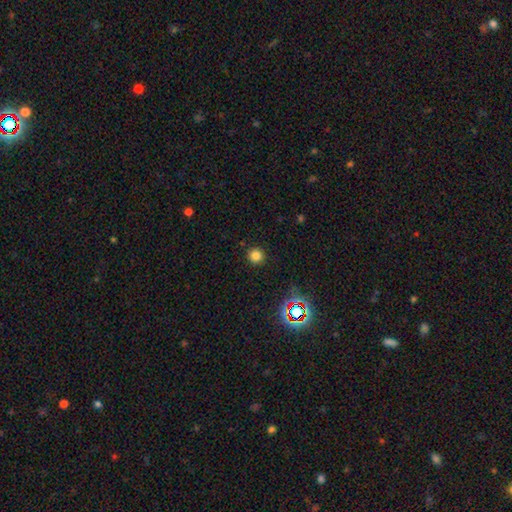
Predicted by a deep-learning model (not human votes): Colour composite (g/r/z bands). It shows a smooth galaxy with no disk features (78%) that is round (95%). Merging: none (91%).